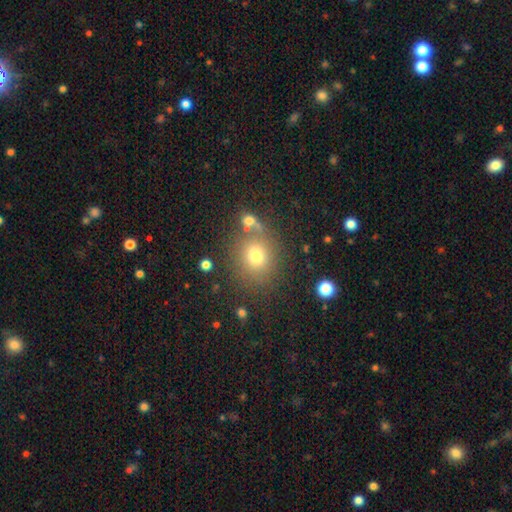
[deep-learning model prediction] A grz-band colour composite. It shows a smooth galaxy with no disk features (73%) that is round (77%). Merging: none (72%).